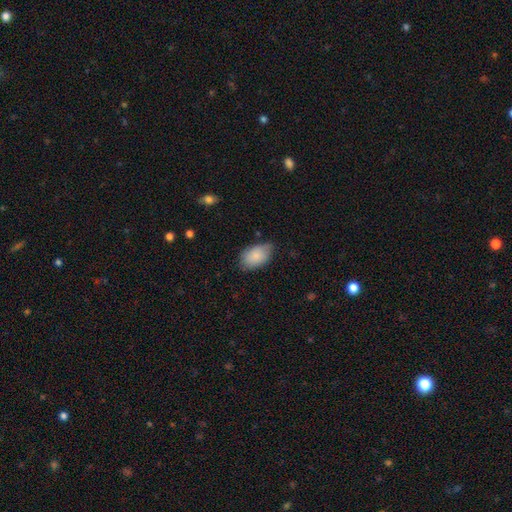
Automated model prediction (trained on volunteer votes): smooth 85%, featured or disk 9%, star or artifact 7%. Down the decision tree: how rounded — in between (92%); merging — none (65%).